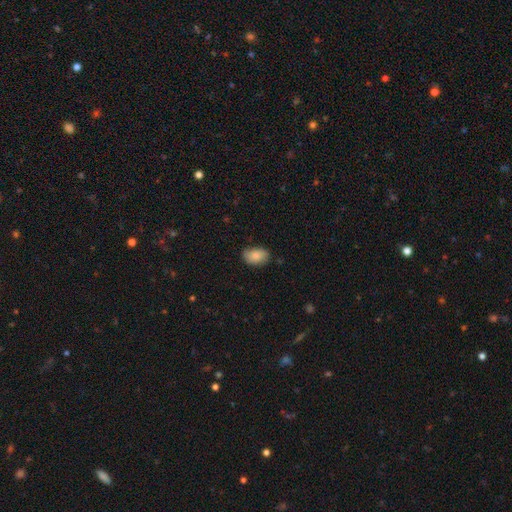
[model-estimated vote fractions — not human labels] Morphology: type=smooth (85%); roundness=in between (88%); merging=none (78%).